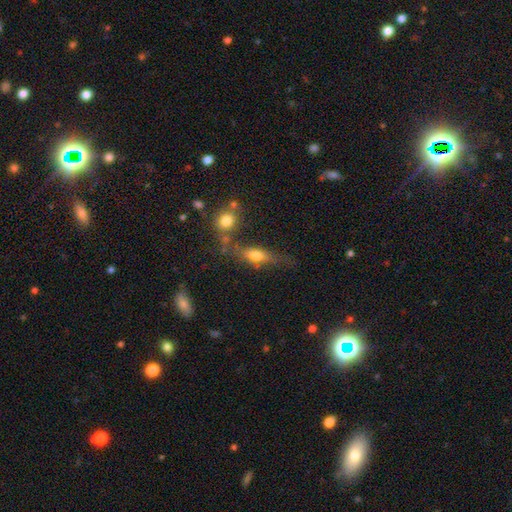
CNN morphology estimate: smooth 57%, featured or disk 32%, star or artifact 11%. Down the decision tree: how rounded — in between (58%); merging — none (53%).